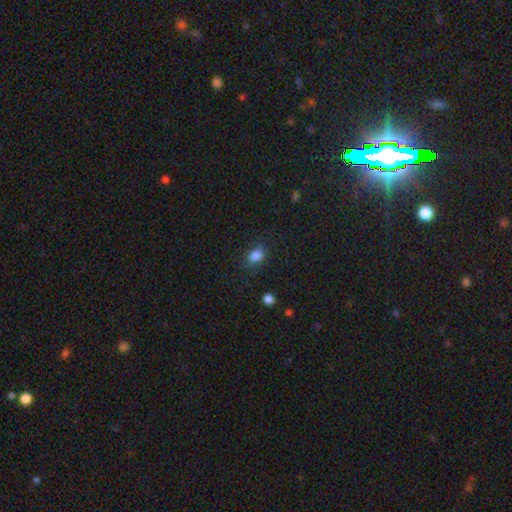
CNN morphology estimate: A smooth galaxy with no disk features (84%) that is in between round and cigar-shaped (72%). Merging: none (70%).